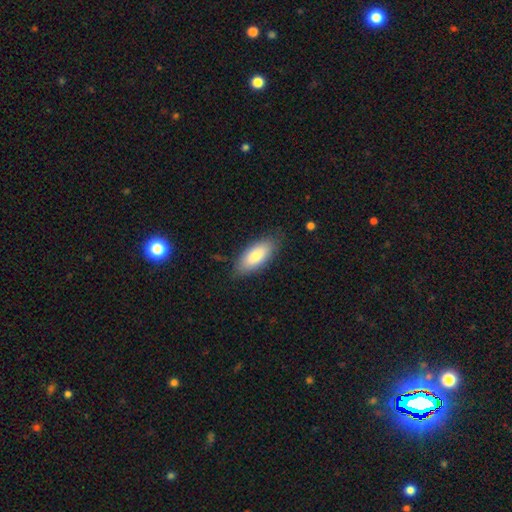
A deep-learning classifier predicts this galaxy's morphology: Smooth or featured? smooth (82%)
How rounded? in between (84%)
Merging? none (82%)